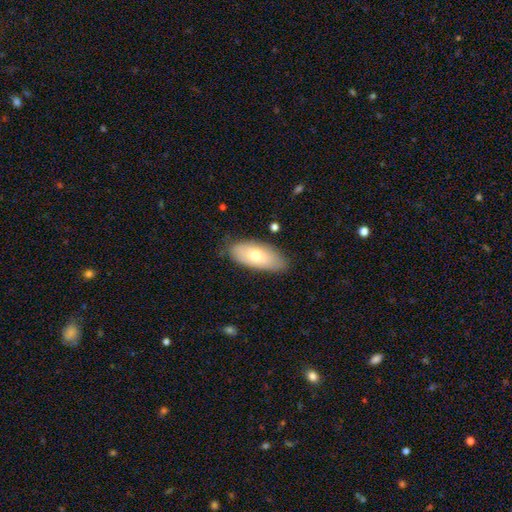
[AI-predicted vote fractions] This is likely a smooth galaxy (69%). How rounded: clearly in between (84%). Merging: clearly none (81%).